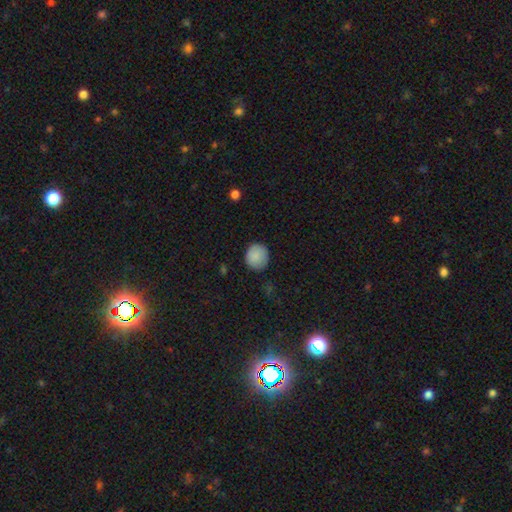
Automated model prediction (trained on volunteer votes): This appears to be a smooth galaxy with no disk features (88%) that is round (85%). Merging: none (85%).